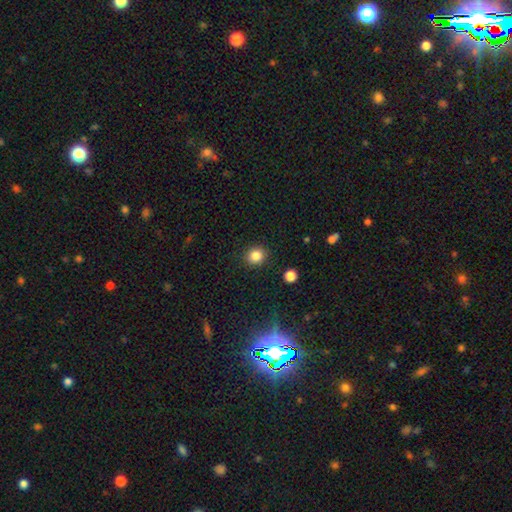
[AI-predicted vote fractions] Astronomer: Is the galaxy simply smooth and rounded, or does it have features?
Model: smooth — 83%.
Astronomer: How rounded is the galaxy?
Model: round — 89%.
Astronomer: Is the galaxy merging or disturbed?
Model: none — 91%.